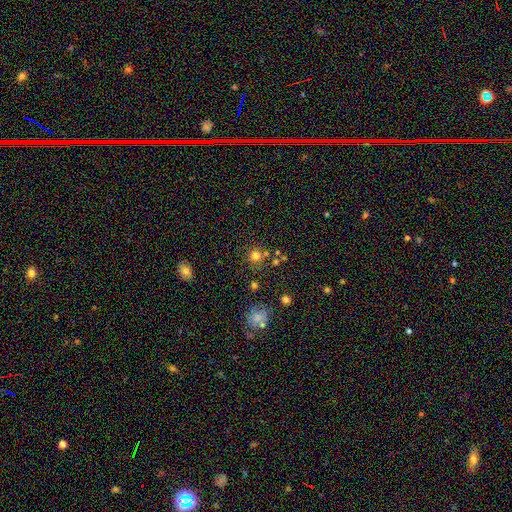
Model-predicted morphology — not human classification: Smooth or featured: smooth — 75% (star or artifact — 18%)
How rounded: round — 91% (in between — 8%)
Merging: none — 74% (merger — 12%)